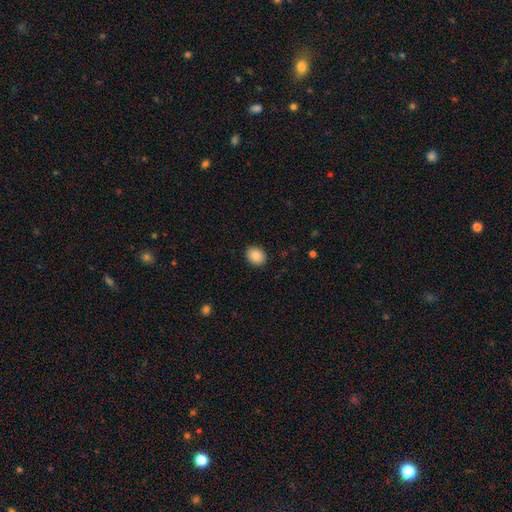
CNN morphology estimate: Smooth or featured?
  - smooth: 89% *
  - star or artifact: 8%
  - featured or disk: 3%
How rounded?
  - in between: 50% *
  - round: 49%
  - cigar-shaped: 1%
Merging?
  - none: 90% *
  - minor disturbance: 7%
  - major disturbance: 2%
  - merger: 1%